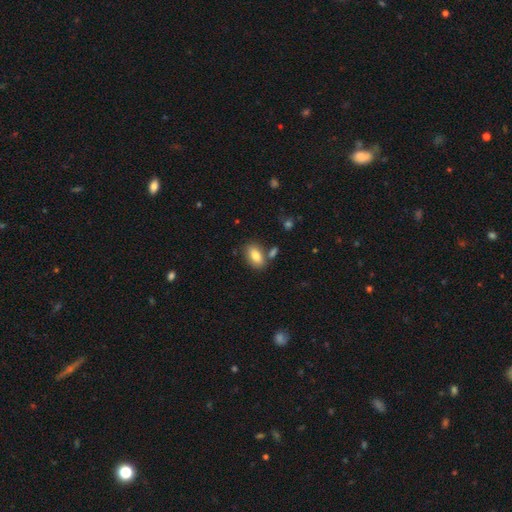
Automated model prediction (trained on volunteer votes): Morphology: type=smooth (83%); roundness=in between (91%); merging=none (73%).